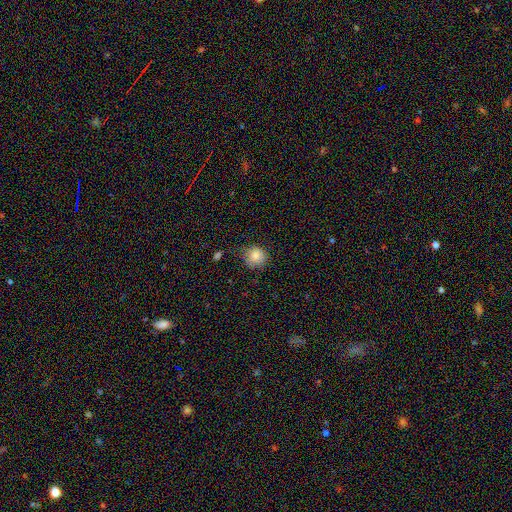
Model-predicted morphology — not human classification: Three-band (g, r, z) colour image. It shows a smooth galaxy with no disk features (85%) that is round (88%). Merging: none (70%).